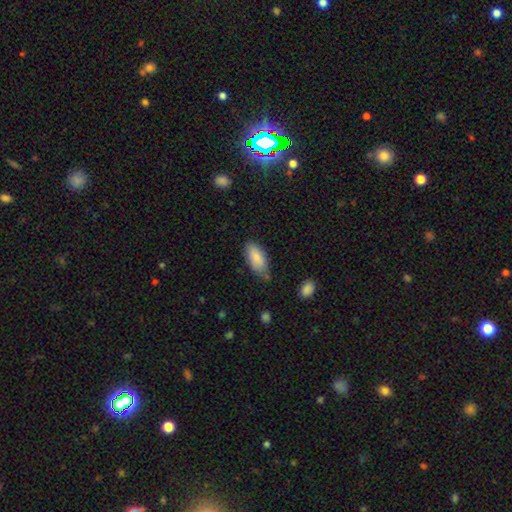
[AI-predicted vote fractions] Smooth or featured: smooth — 82% (featured or disk — 11%)
How rounded: in between — 88% (cigar-shaped — 10%)
Merging: none — 71% (minor disturbance — 22%)